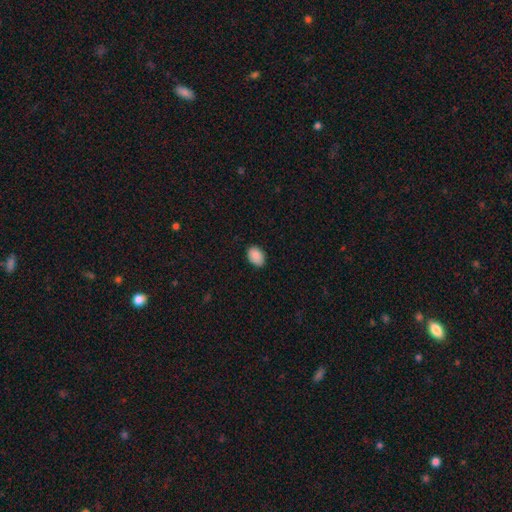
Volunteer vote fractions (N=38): A smooth galaxy with no disk features (95%) that is in between round and cigar-shaped (78%). Merging: none (84%).